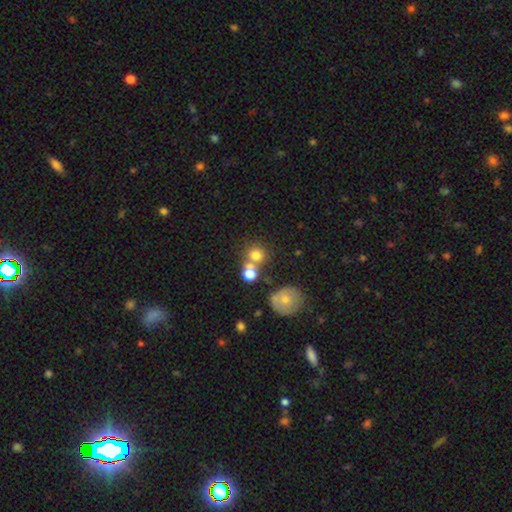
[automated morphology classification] Smooth or featured: smooth — 73% (star or artifact — 14%)
How rounded: round — 84% (in between — 15%)
Merging: none — 49% (merger — 38%)